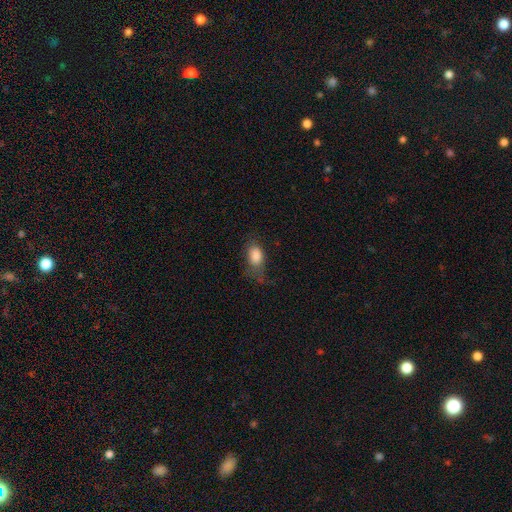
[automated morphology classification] smooth_or_featured: smooth (p=0.82) [alt: featured or disk p=0.09]
how_rounded: in between (p=0.86) [alt: round p=0.12]
merging: none (p=0.47) [alt: minor disturbance p=0.28]